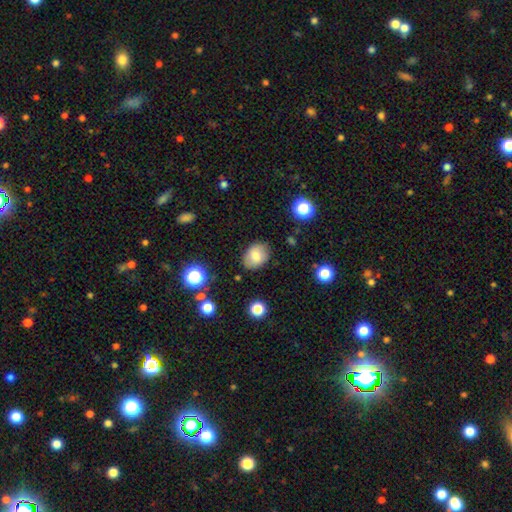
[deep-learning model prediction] The model was most divided on "how rounded": in between: 66%, round: 33%, cigar-shaped: 1%. More confident: merging — none (82%); smooth or featured — smooth (77%).